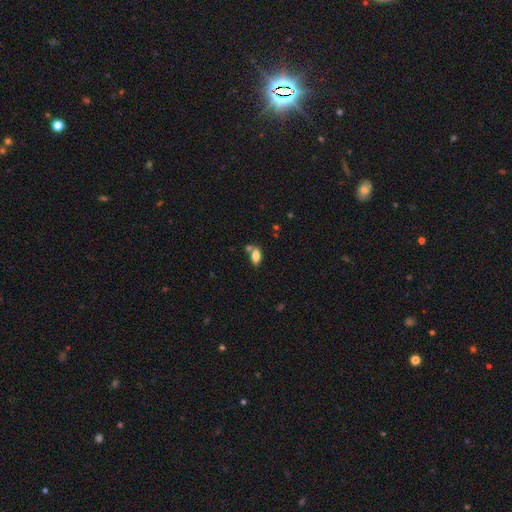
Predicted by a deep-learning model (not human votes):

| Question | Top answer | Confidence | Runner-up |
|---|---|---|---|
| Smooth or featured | smooth | 81% | featured or disk (10%) |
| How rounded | in between | 90% | round (5%) |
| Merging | none | 60% | merger (22%) |